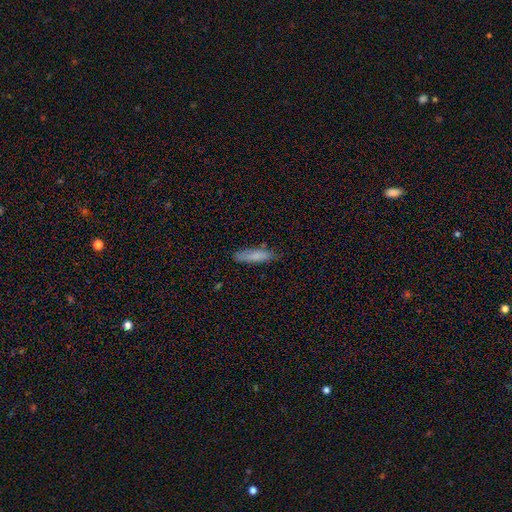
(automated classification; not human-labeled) Smooth or featured? smooth (79%)
How rounded? cigar-shaped (72%)
Merging? none (80%)